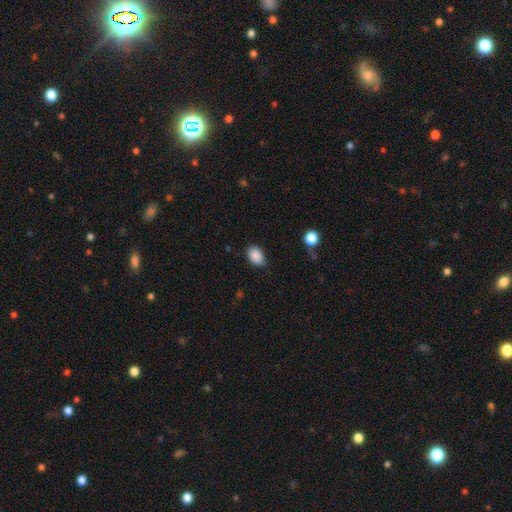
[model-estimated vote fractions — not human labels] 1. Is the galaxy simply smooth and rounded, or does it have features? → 89% smooth, 8% star or artifact, 4% featured or disk.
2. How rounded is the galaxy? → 86% in between, 13% round, 1% cigar-shaped.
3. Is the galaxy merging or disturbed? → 82% none, 14% minor disturbance, 3% major disturbance, 1% merger.